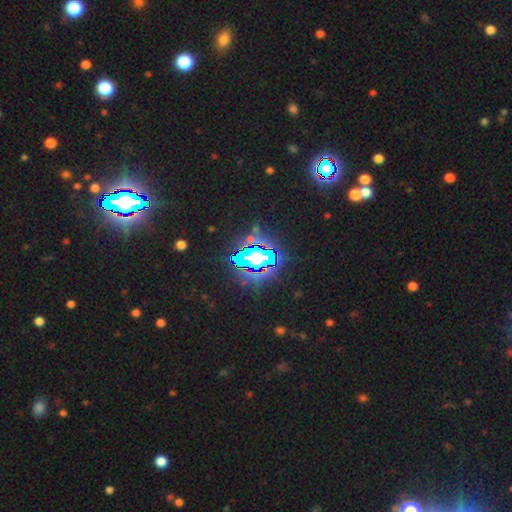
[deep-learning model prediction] Q: Smooth or featured?
A: star or artifact (72%); runner-up: smooth (17%)